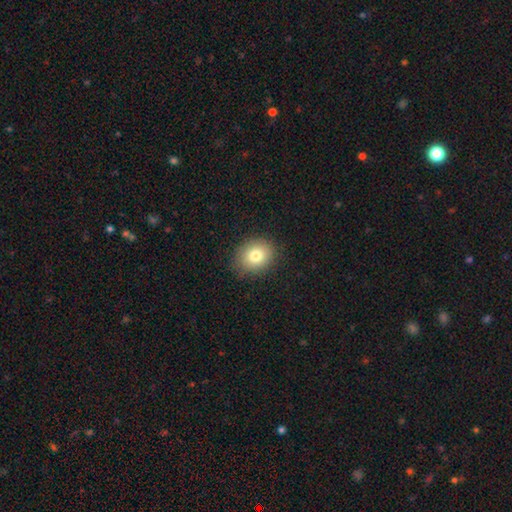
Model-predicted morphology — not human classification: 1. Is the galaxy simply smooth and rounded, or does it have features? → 80% smooth, 11% star or artifact, 9% featured or disk.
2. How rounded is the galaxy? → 61% round, 38% in between, 1% cigar-shaped.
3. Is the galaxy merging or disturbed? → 88% none, 9% minor disturbance, 3% major disturbance, 1% merger.